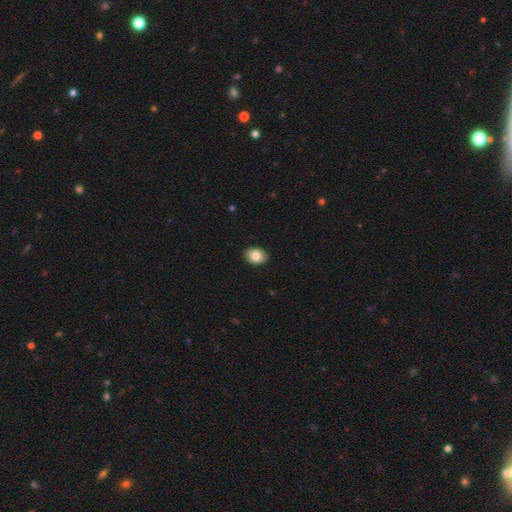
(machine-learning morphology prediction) A smooth galaxy with no disk features (83%) that is in between round and cigar-shaped (73%).

Vote fractions:
- Smooth or featured? smooth: 83% / featured or disk: 9% / star or artifact: 8%
- How rounded? in between: 73% / round: 26% / cigar-shaped: 1%
- Merging? none: 90% / minor disturbance: 7% / major disturbance: 2% / merger: 1%